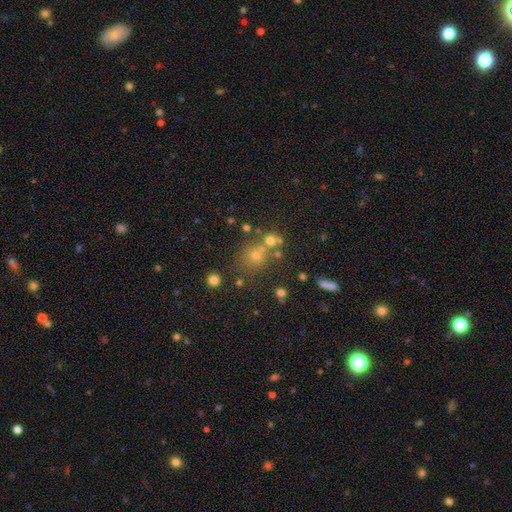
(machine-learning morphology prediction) Smooth or featured: smooth — 58% (star or artifact — 27%)
How rounded: round — 82% (in between — 17%)
Merging: none — 61% (merger — 24%)